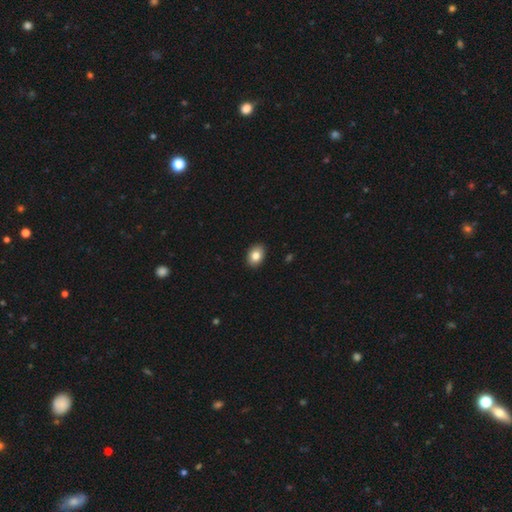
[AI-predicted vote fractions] Smooth or featured?
  - smooth: 83% *
  - featured or disk: 9%
  - star or artifact: 8%
How rounded?
  - in between: 74% *
  - round: 25%
  - cigar-shaped: 1%
Merging?
  - none: 91% *
  - minor disturbance: 7%
  - major disturbance: 2%
  - merger: 1%